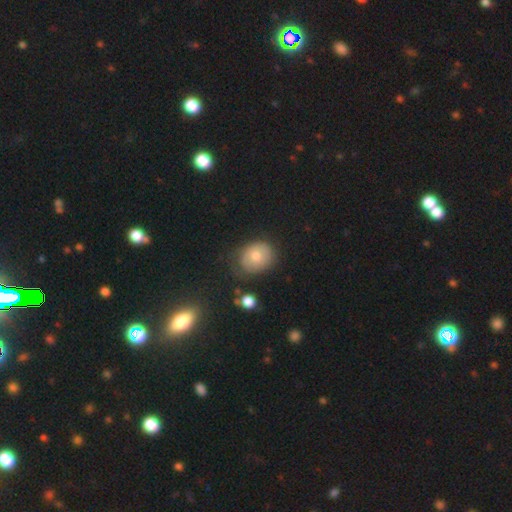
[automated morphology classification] type=smooth (66%); roundness=round (57%); merging=none (70%).